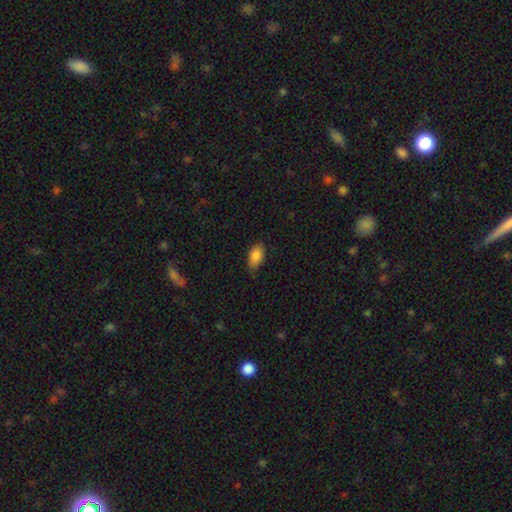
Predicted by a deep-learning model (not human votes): smooth_or_featured: smooth (p=0.86) [alt: star or artifact p=0.07]
how_rounded: in between (p=0.91) [alt: cigar-shaped p=0.05]
merging: none (p=0.75) [alt: minor disturbance p=0.21]